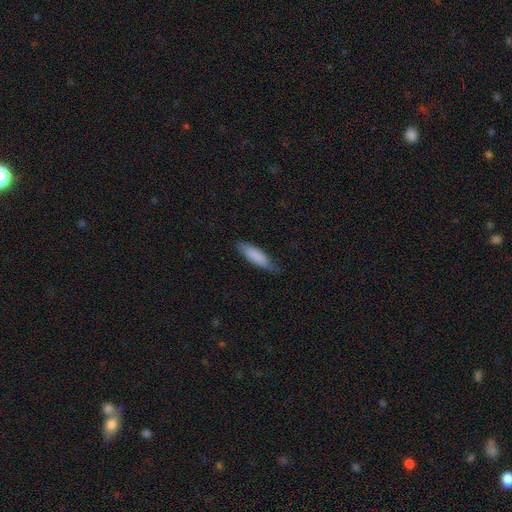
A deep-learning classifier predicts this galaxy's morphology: A smooth galaxy with no disk features (83%) that is cigar-shaped (56%).

Vote fractions:
- Smooth or featured? smooth: 83% / featured or disk: 12% / star or artifact: 5%
- How rounded? cigar-shaped: 56% / in between: 43% / round: 1%
- Merging? none: 70% / minor disturbance: 24% / major disturbance: 4% / merger: 1%